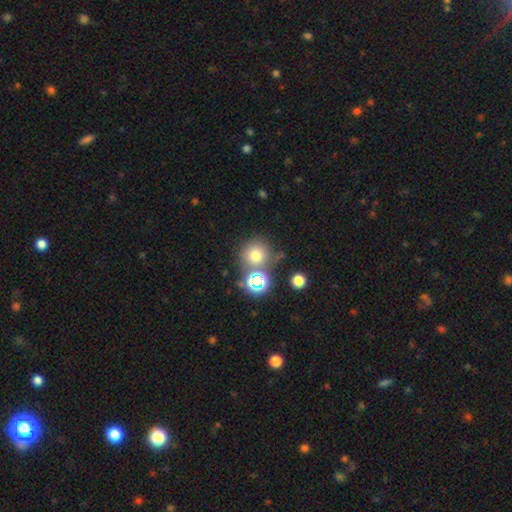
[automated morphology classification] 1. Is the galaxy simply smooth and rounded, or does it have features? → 70% smooth, 21% star or artifact, 10% featured or disk.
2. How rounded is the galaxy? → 90% round, 9% in between, 1% cigar-shaped.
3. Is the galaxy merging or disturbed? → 64% none, 20% merger, 11% minor disturbance, 5% major disturbance.